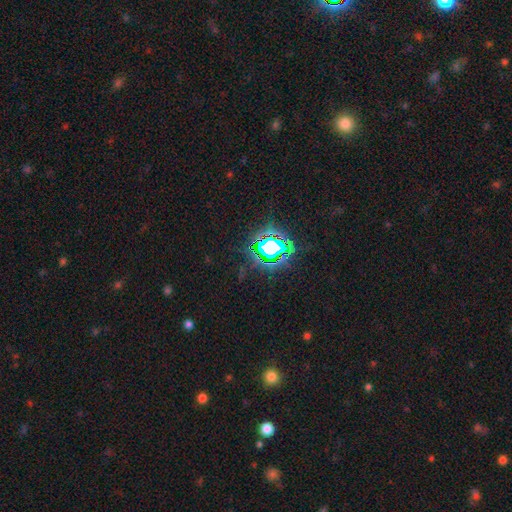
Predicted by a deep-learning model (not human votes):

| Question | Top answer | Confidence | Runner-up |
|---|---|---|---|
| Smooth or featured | star or artifact | 80% | smooth (13%) |